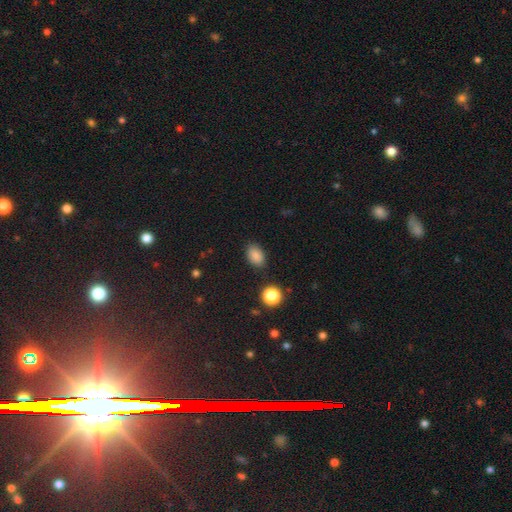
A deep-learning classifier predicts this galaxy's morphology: smooth_or_featured: smooth (p=0.85) [alt: star or artifact p=0.10]
how_rounded: in between (p=0.85) [alt: round p=0.14]
merging: none (p=0.83) [alt: minor disturbance p=0.11]